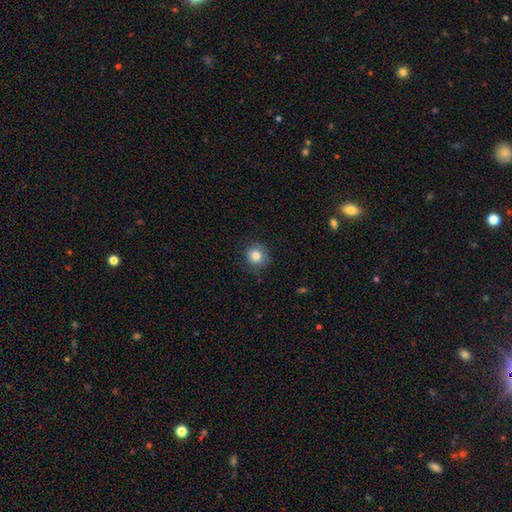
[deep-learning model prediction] Q: Smooth or featured?
A: smooth (83%); runner-up: star or artifact (10%)
Q: How rounded?
A: round (89%); runner-up: in between (10%)
Q: Merging?
A: none (83%); runner-up: minor disturbance (13%)